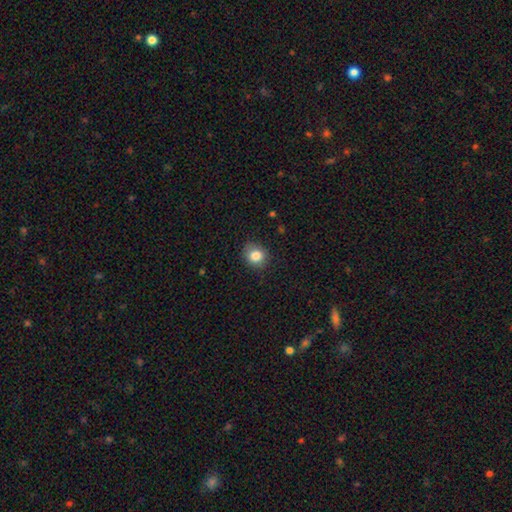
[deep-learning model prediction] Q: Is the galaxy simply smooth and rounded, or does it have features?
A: smooth — 84%.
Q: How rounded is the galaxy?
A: round — 76%.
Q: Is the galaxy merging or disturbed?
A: none — 84%.